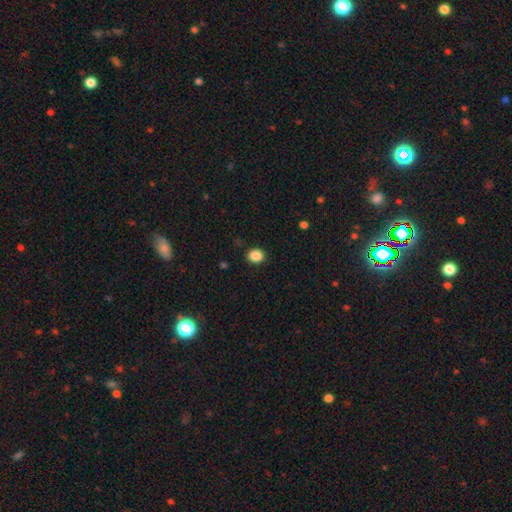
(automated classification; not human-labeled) Smooth or featured? Predicted: smooth (p=0.87). How rounded? Predicted: round (p=0.63). Merging? Predicted: none (p=0.88).